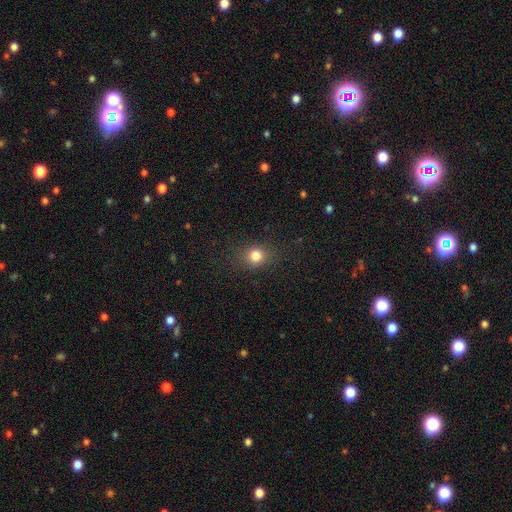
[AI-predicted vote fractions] Smooth or featured: smooth — 81% (star or artifact — 13%)
How rounded: round — 72% (in between — 27%)
Merging: none — 84% (minor disturbance — 11%)